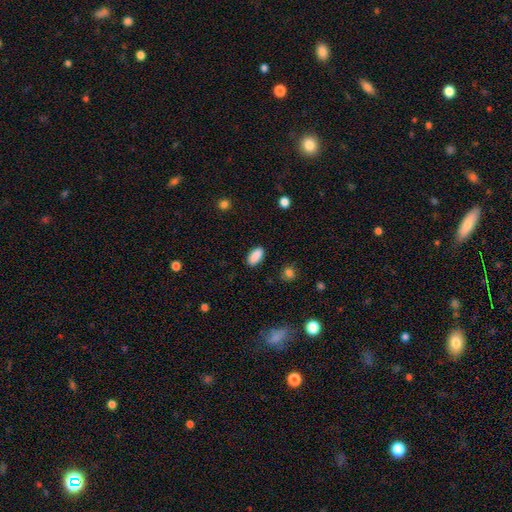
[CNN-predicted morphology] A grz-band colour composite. It shows a smooth galaxy with no disk features (89%) that is in between round and cigar-shaped (89%). Merging: none (88%).